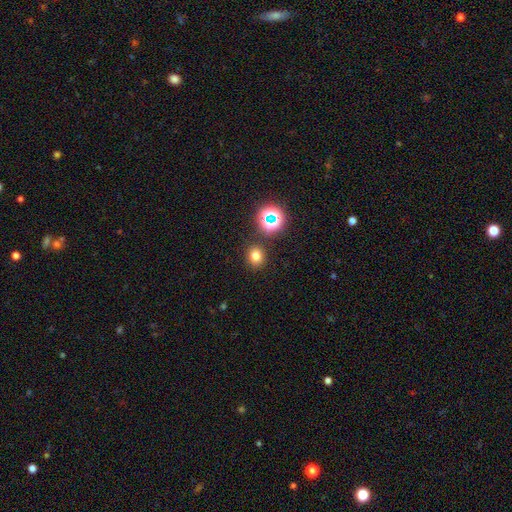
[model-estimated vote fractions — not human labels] This is likely a smooth galaxy (73%). How rounded: likely round (74%). Merging: clearly none (85%).